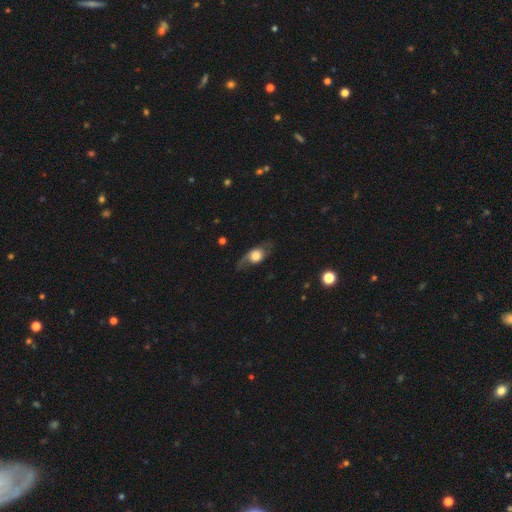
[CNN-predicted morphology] A featured or disk galaxy (47%).

Vote fractions:
- Smooth or featured? featured or disk: 47% / smooth: 45% / star or artifact: 8%
- Merging? none: 59% / minor disturbance: 23% / major disturbance: 17% / merger: 2%